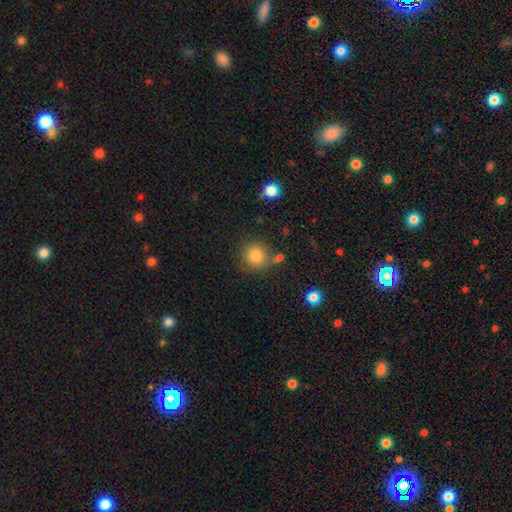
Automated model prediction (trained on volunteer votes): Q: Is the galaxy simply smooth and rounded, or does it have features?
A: smooth — 84%.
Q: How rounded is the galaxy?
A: round — 90%.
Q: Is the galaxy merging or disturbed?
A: none — 75%.